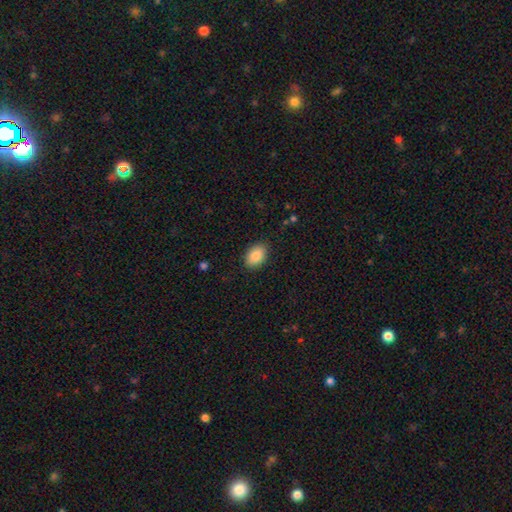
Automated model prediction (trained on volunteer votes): A smooth galaxy with no disk features (87%) that is in between round and cigar-shaped (85%). Merging: none (87%).